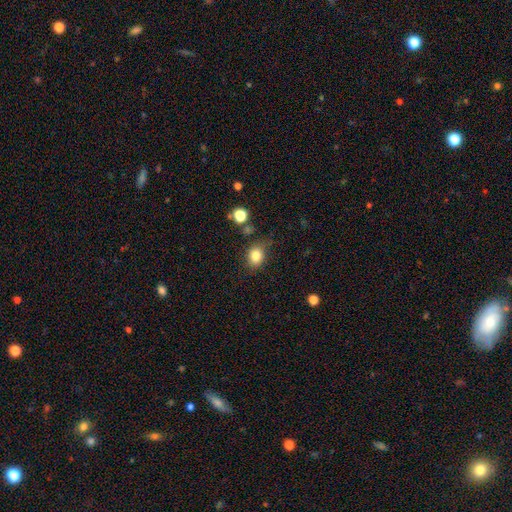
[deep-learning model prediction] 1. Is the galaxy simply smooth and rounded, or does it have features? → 83% smooth, 11% star or artifact, 6% featured or disk.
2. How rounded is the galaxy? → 55% round, 44% in between, 1% cigar-shaped.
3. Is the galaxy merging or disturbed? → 73% none, 18% minor disturbance, 5% major disturbance, 4% merger.